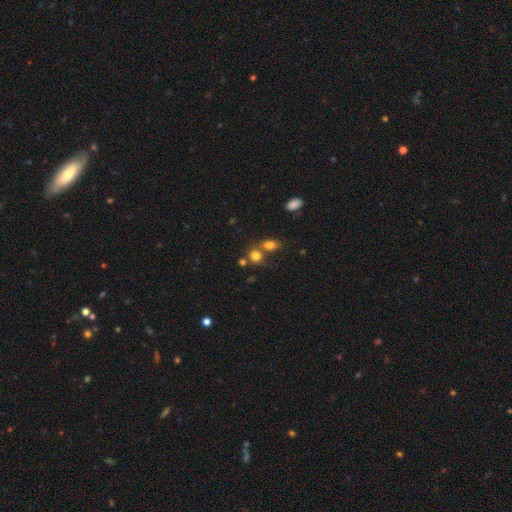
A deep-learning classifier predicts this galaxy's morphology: A smooth galaxy with no disk features (77%) that is round (72%). Merging: none (44%).